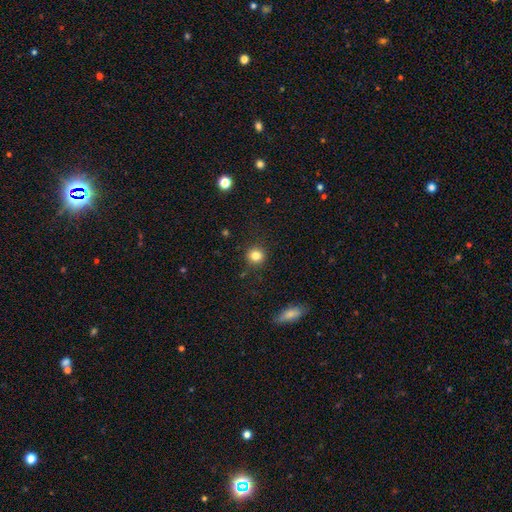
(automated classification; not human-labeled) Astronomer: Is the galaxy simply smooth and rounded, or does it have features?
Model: smooth — 83%.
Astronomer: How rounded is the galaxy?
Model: round — 89%.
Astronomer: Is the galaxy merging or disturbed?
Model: none — 88%.